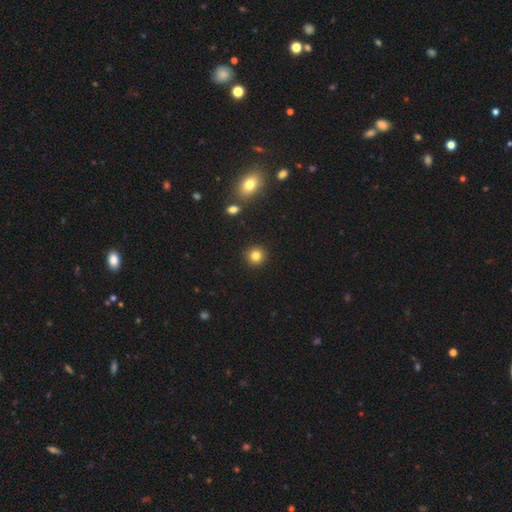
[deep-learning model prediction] A smooth galaxy with no disk features (82%) that is round (94%). Merging: none (92%).